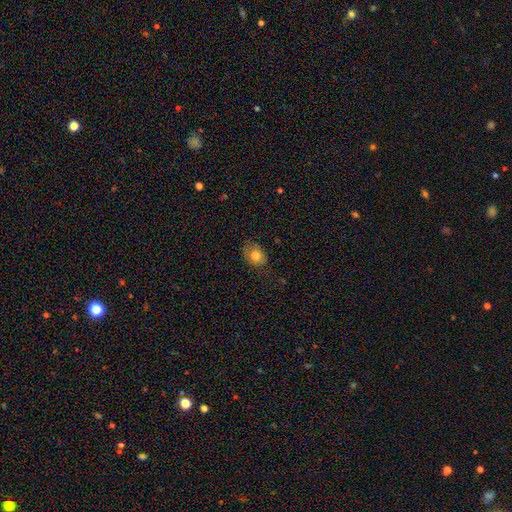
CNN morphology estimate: Smooth or featured? smooth (78%)
How rounded? in between (61%)
Merging? none (64%)